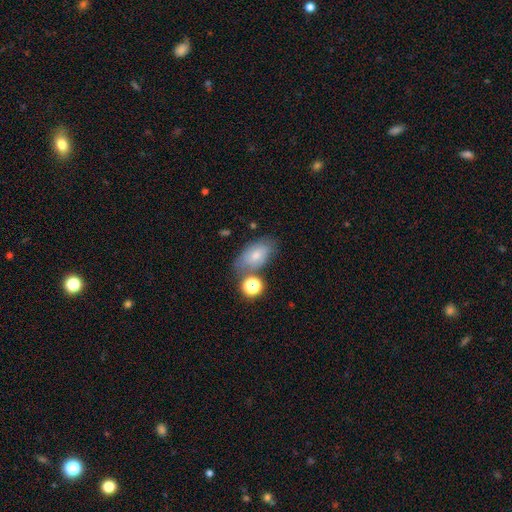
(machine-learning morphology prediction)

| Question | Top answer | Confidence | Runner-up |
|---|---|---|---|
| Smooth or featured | smooth | 68% | featured or disk (20%) |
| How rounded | in between | 86% | round (12%) |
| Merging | none | 58% | minor disturbance (21%) |